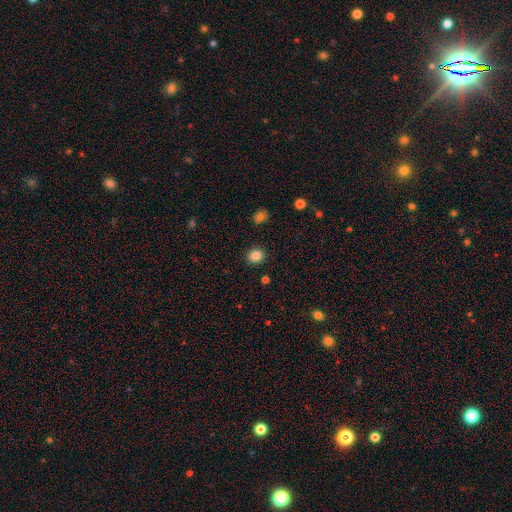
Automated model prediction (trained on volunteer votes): A smooth galaxy with no disk features (86%) that is round (74%).

Vote fractions:
- Smooth or featured? smooth: 86% / star or artifact: 10% / featured or disk: 4%
- How rounded? round: 74% / in between: 25% / cigar-shaped: 1%
- Merging? none: 90% / minor disturbance: 6% / major disturbance: 2% / merger: 1%